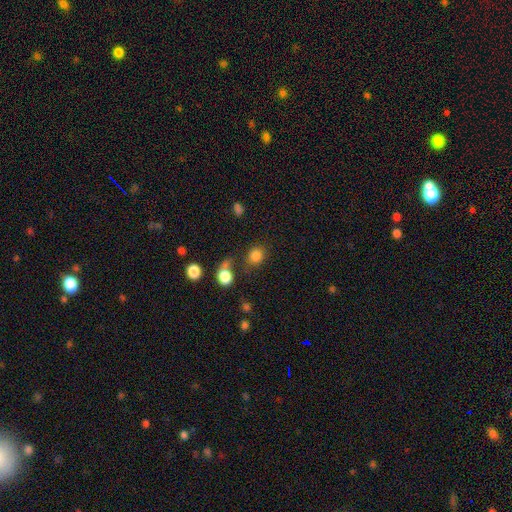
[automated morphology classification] This appears to be a smooth galaxy with no disk features (83%) that is round (72%). Merging: none (67%).